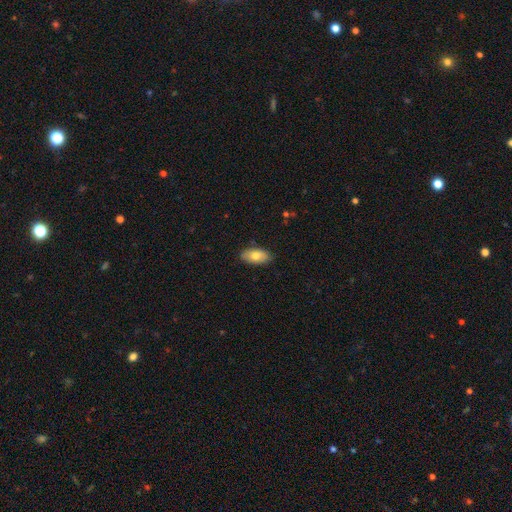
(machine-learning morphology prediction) Q: Smooth or featured?
A: smooth (73%); runner-up: featured or disk (20%)
Q: How rounded?
A: in between (93%); runner-up: cigar-shaped (4%)
Q: Merging?
A: none (87%); runner-up: minor disturbance (10%)